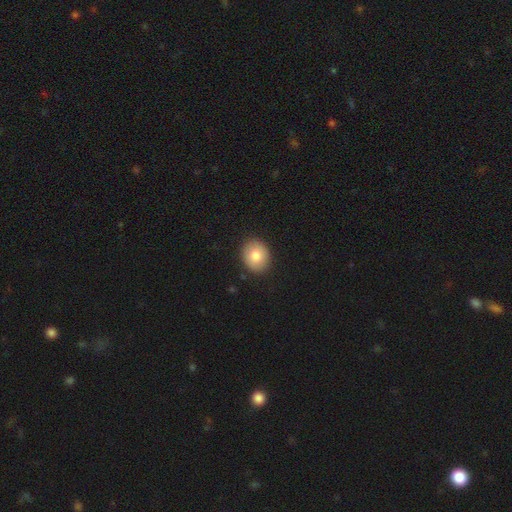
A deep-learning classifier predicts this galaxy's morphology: This is clearly a smooth galaxy (81%). How rounded: possibly round (56%). Merging: clearly none (89%).